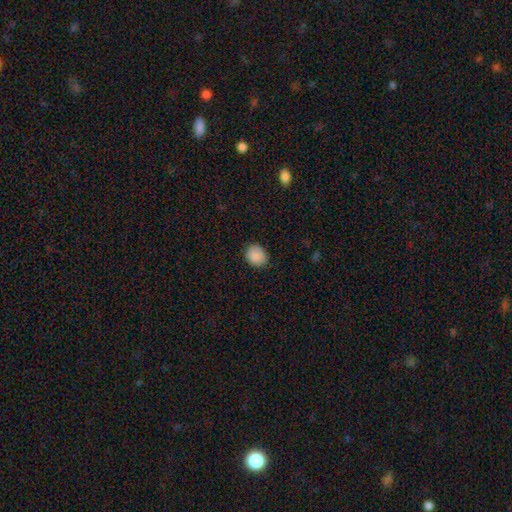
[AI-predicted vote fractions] smooth-or-featured: smooth: 89% | star or artifact: 8% | featured or disk: 3%
  how-rounded: round: 67% | in between: 33% | cigar-shaped: 1%
  merging: none: 84% | minor disturbance: 13% | major disturbance: 3% | merger: 1%